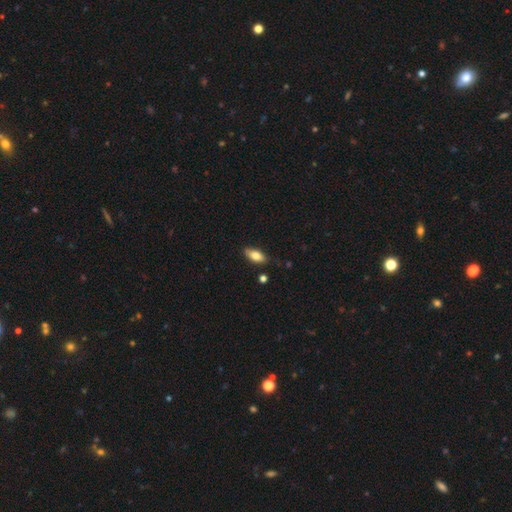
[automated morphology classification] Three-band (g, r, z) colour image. It shows a smooth galaxy with no disk features (79%) that is in between round and cigar-shaped (87%). Merging: none (81%).